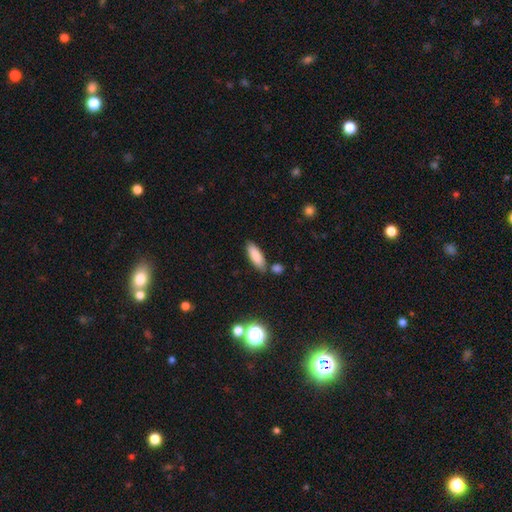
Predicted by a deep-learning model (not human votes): Overall: smooth (84%). How rounded: in between (59%; cigar-shaped 39%). Merging: none (79%).